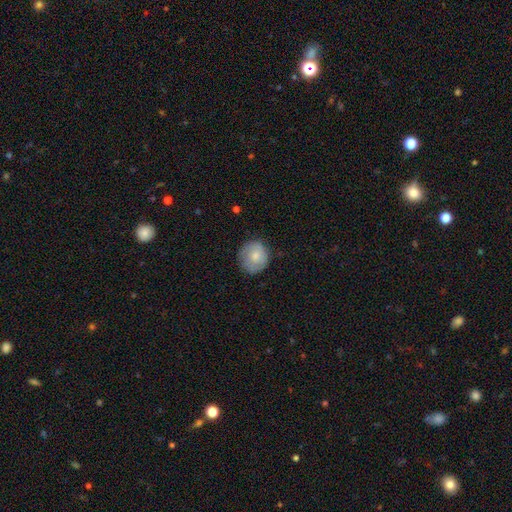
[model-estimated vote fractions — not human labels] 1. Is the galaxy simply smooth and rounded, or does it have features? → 74% smooth, 19% featured or disk, 7% star or artifact.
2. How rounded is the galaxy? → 85% round, 14% in between, 1% cigar-shaped.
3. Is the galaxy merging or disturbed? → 77% none, 18% minor disturbance, 4% major disturbance, 1% merger.